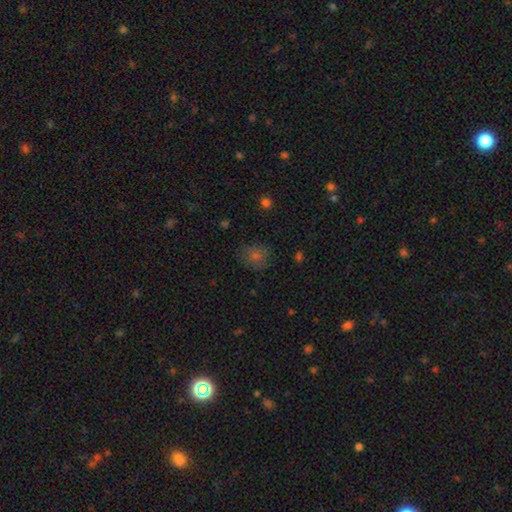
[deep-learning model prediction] smooth 68%, star or artifact 22%, featured or disk 10%. Down the decision tree: how rounded — round (78%); merging — none (78%).